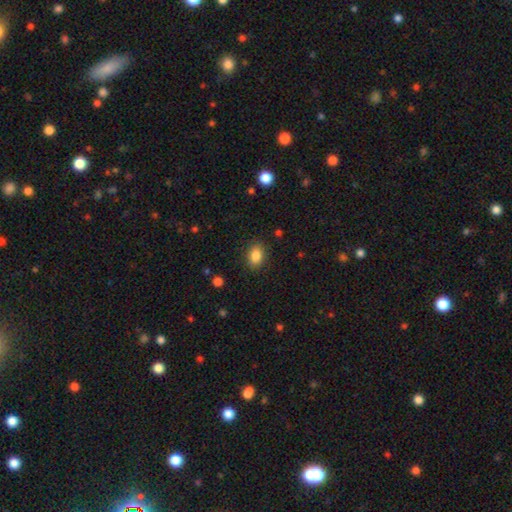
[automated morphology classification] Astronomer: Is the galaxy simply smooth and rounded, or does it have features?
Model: smooth — 86%.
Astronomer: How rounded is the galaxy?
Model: in between — 79%.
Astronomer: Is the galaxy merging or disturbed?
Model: none — 87%.